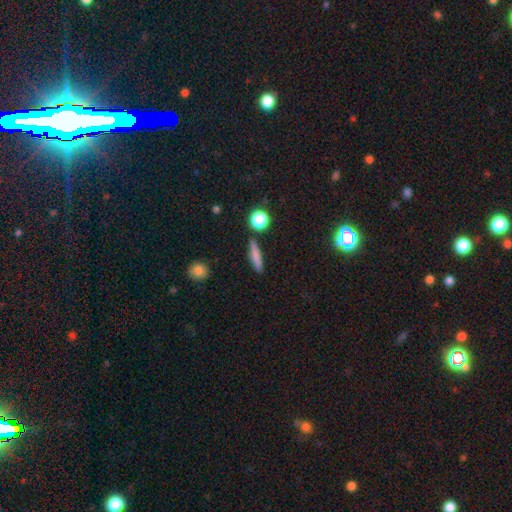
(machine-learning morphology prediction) Smooth or featured? Predicted: smooth (p=0.75). How rounded? Predicted: cigar-shaped (p=0.81). Merging? Predicted: none (p=0.85).